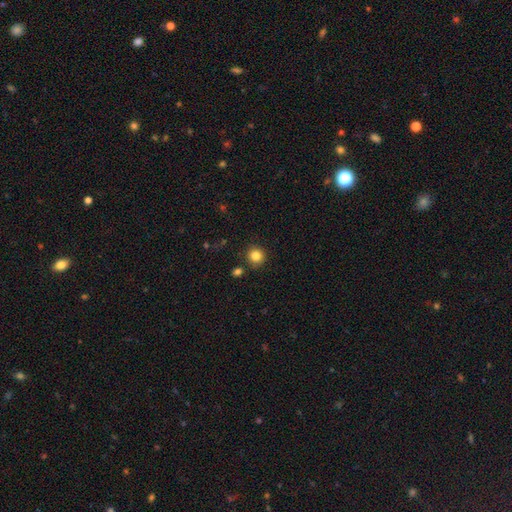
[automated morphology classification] smooth_or_featured: smooth (p=0.84) [alt: star or artifact p=0.11]
how_rounded: round (p=0.93) [alt: in between p=0.06]
merging: none (p=0.87) [alt: minor disturbance p=0.07]